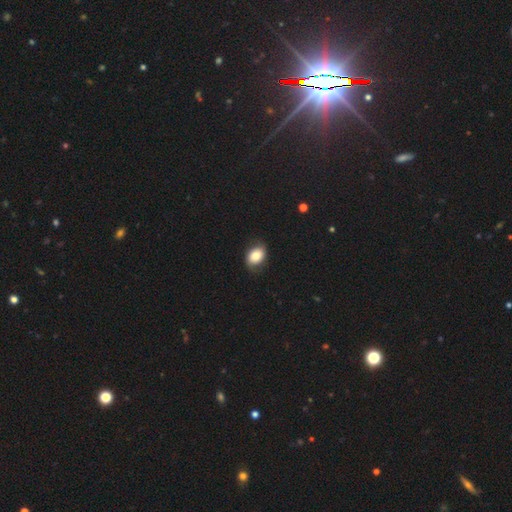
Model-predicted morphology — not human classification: The model was most divided on "how rounded": in between: 78%, round: 21%, cigar-shaped: 1%. More confident: smooth or featured — smooth (78%); merging — none (78%).